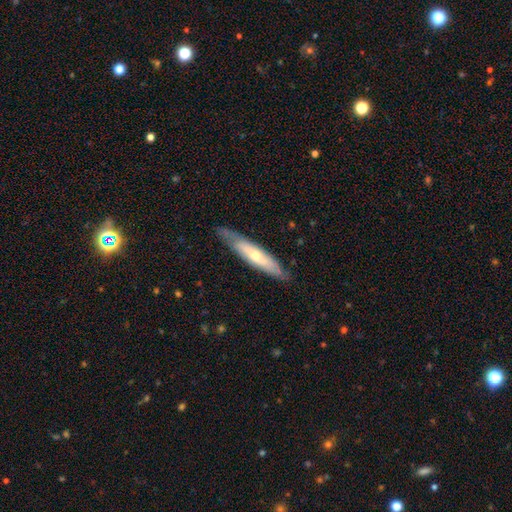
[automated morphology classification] Smooth or featured: featured or disk — 49% (smooth — 45%)
Merging: none — 78% (minor disturbance — 17%)